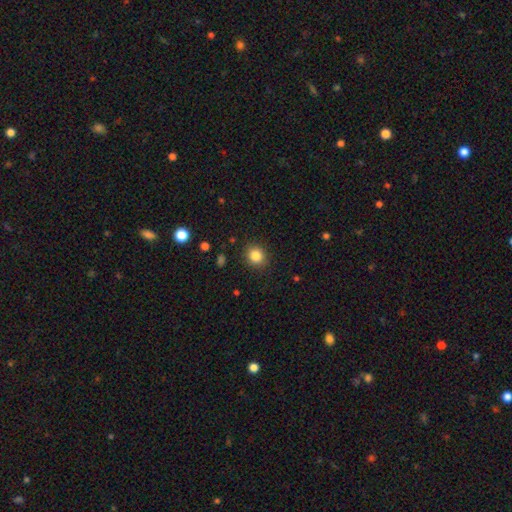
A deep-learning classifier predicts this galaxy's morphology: Q: Smooth or featured?
A: smooth (84%); runner-up: star or artifact (11%)
Q: How rounded?
A: round (83%); runner-up: in between (16%)
Q: Merging?
A: none (90%); runner-up: minor disturbance (7%)